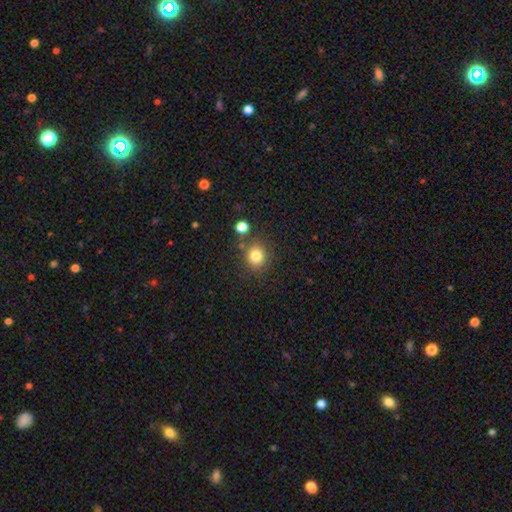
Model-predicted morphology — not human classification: smooth_or_featured: smooth (p=0.80) [alt: star or artifact p=0.13]
how_rounded: round (p=0.81) [alt: in between p=0.18]
merging: none (p=0.79) [alt: minor disturbance p=0.10]